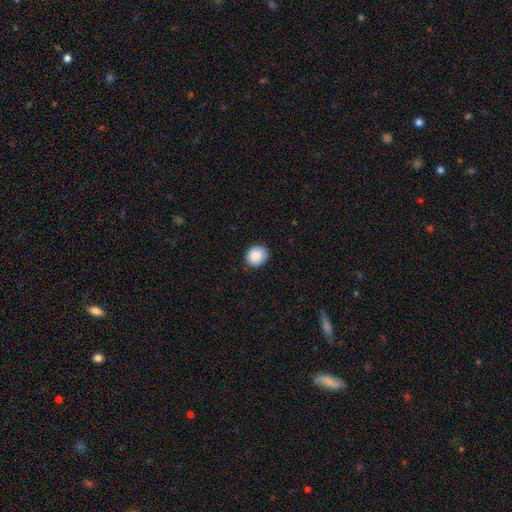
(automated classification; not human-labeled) Q: Smooth or featured?
A: smooth (86%); runner-up: star or artifact (8%)
Q: How rounded?
A: round (74%); runner-up: in between (25%)
Q: Merging?
A: none (88%); runner-up: minor disturbance (10%)